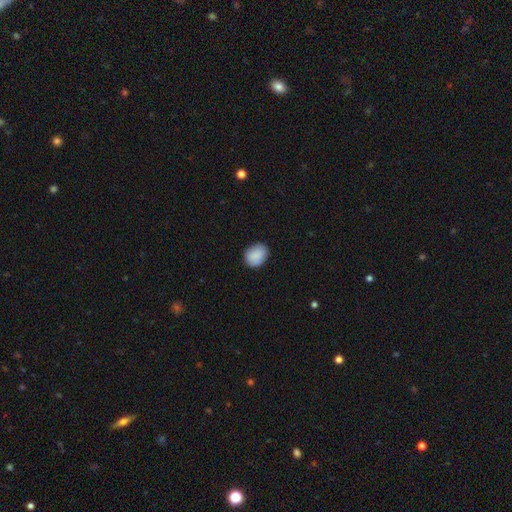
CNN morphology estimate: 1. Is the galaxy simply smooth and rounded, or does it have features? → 89% smooth, 7% star or artifact, 4% featured or disk.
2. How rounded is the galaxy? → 50% in between, 49% round, 1% cigar-shaped.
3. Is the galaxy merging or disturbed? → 83% none, 13% minor disturbance, 2% major disturbance, 1% merger.